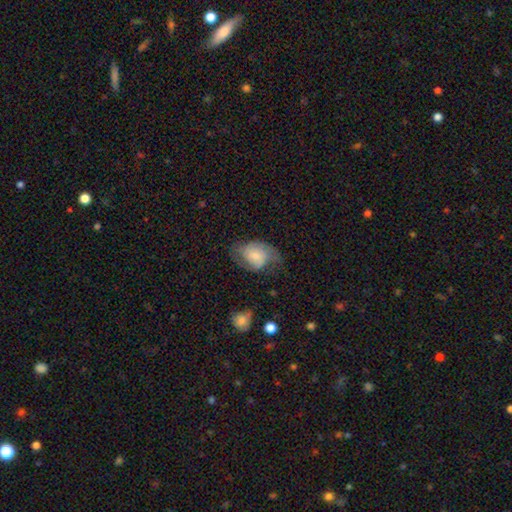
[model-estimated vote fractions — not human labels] Smooth or featured? Predicted: featured or disk (p=0.51). Edge-on disk? Predicted: no (p=0.97). Merging? Predicted: none (p=0.44).